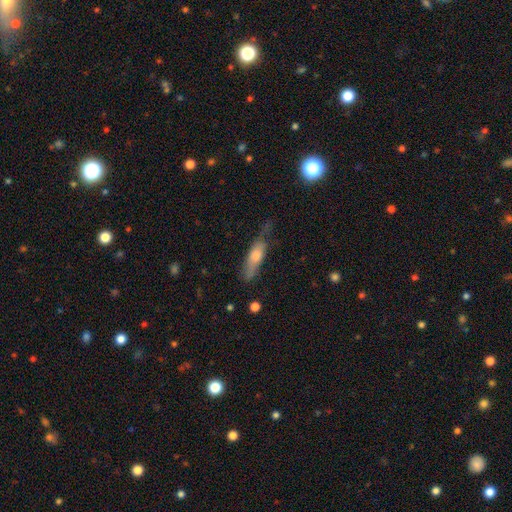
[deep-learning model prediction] Overall: smooth (60%; featured or disk 32%). How rounded: cigar-shaped (63%; in between 35%). Merging: none (48%; minor disturbance 32%).